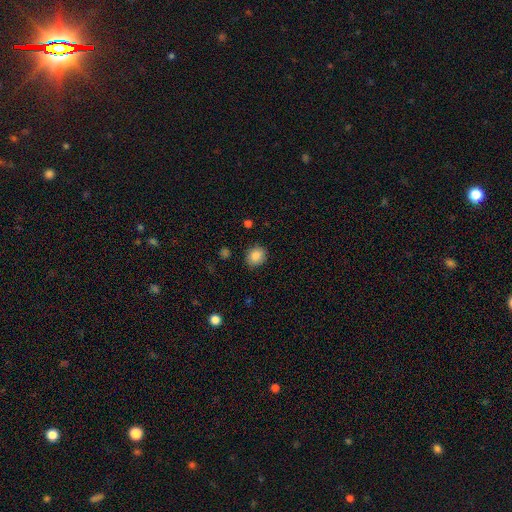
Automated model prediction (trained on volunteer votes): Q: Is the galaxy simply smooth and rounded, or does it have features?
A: smooth — 86%.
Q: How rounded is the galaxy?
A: round — 72%.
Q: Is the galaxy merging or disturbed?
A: none — 87%.